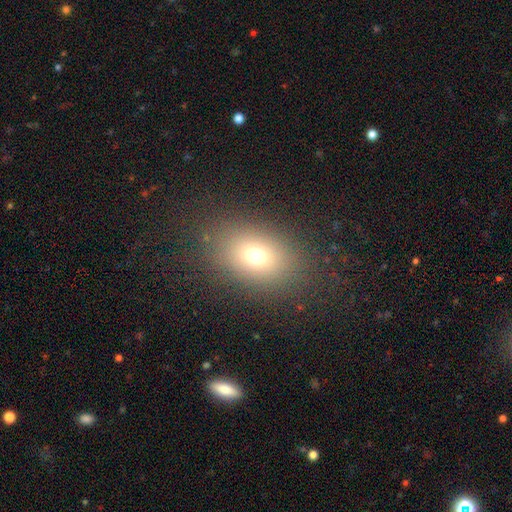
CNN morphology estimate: Smooth or featured? Predicted: smooth (p=0.71). How rounded? Predicted: in between (p=0.72). Merging? Predicted: none (p=0.82).